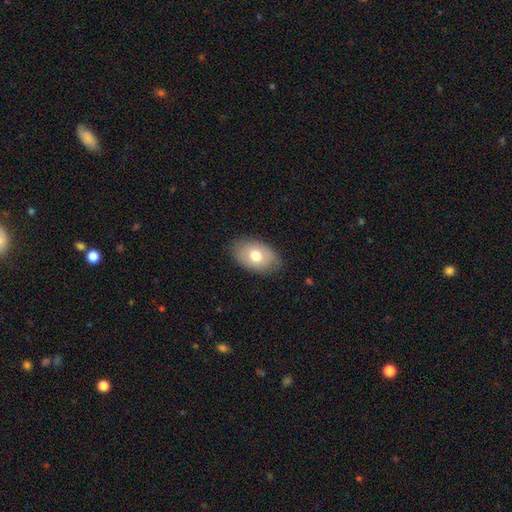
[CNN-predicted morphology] A smooth galaxy with no disk features (72%) that is in between round and cigar-shaped (89%). Merging: none (83%).